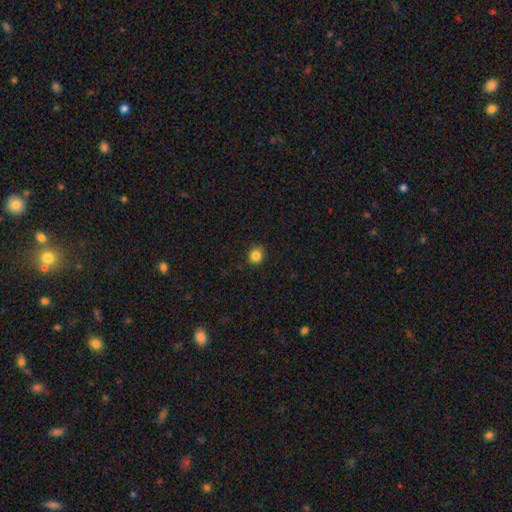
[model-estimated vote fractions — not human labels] Smooth or featured: smooth — 85% (star or artifact — 11%)
How rounded: round — 86% (in between — 13%)
Merging: none — 86% (minor disturbance — 11%)